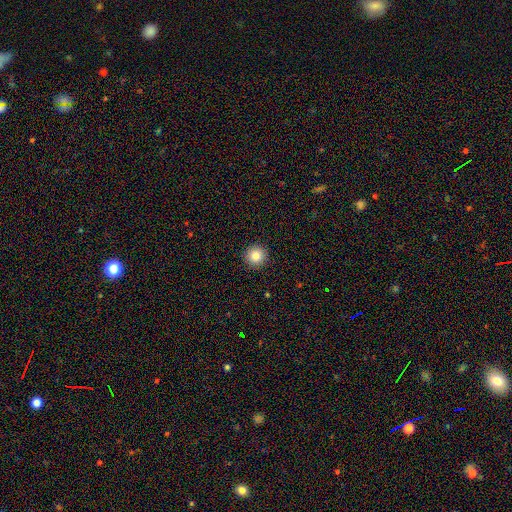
Smooth or featured?
  - smooth: 89% *
  - featured or disk: 5%
  - star or artifact: 5%
How rounded?
  - round: 97% *
  - in between: 3%
  - cigar-shaped: 0%
Merging?
  - none: 92% *
  - major disturbance: 6%
  - minor disturbance: 3%
  - merger: 0%